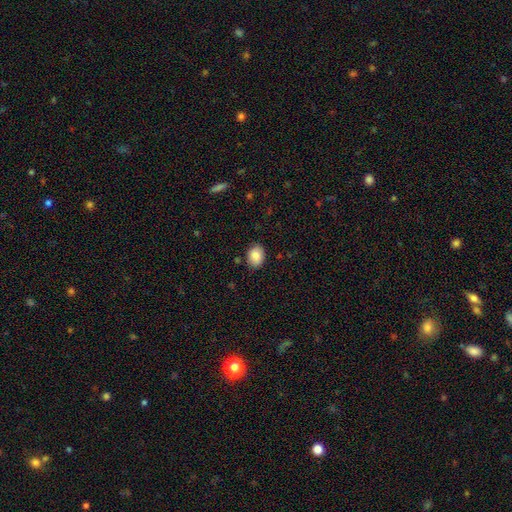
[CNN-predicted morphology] Overall: smooth (87%). How rounded: in between (70%). Merging: none (85%).